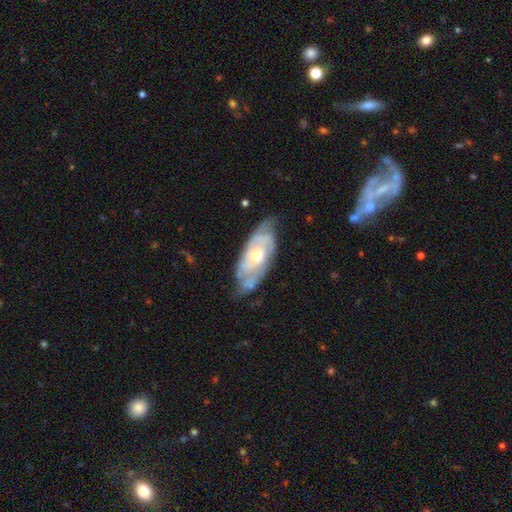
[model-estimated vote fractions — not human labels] Smooth or featured? Predicted: featured or disk (p=0.76). Edge-on disk? Predicted: no (p=0.88). Bar? Predicted: no (p=0.68). Spiral arms? Predicted: yes (p=0.83). Spiral winding? Predicted: tight (p=0.55). Spiral arm count? Predicted: can't tell (p=0.47). Bulge size? Predicted: moderate (p=0.67). Merging? Predicted: none (p=0.60).